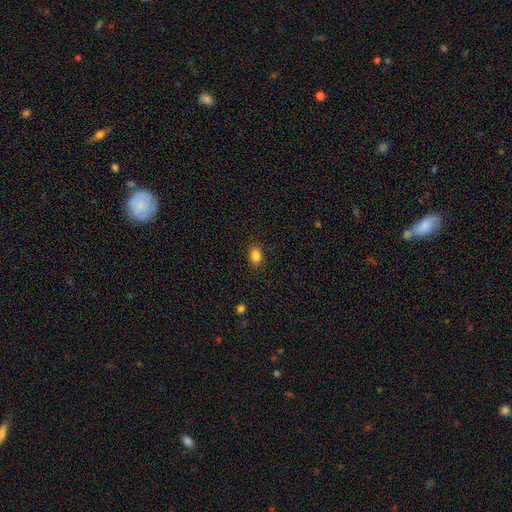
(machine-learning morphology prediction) This is clearly a smooth galaxy (84%). How rounded: likely in between (67%). Merging: clearly none (88%).